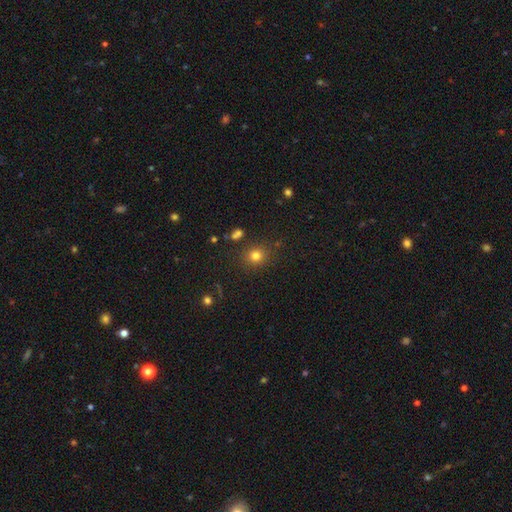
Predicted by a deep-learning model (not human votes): This is likely a smooth galaxy (77%). How rounded: clearly round (81%). Merging: clearly none (84%).